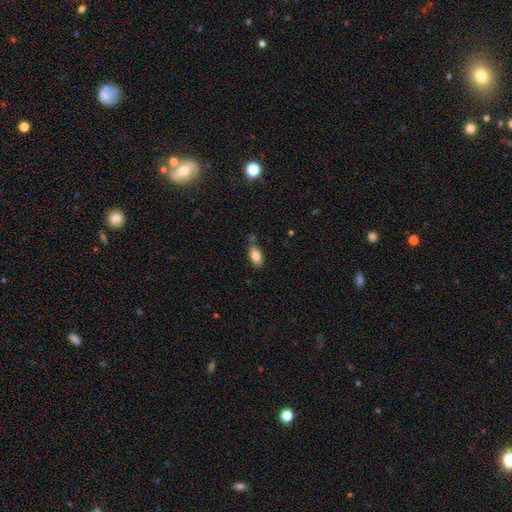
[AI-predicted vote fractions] smooth_or_featured: smooth (p=0.82) [alt: featured or disk p=0.10]
how_rounded: in between (p=0.91) [alt: round p=0.06]
merging: none (p=0.73) [alt: minor disturbance p=0.16]